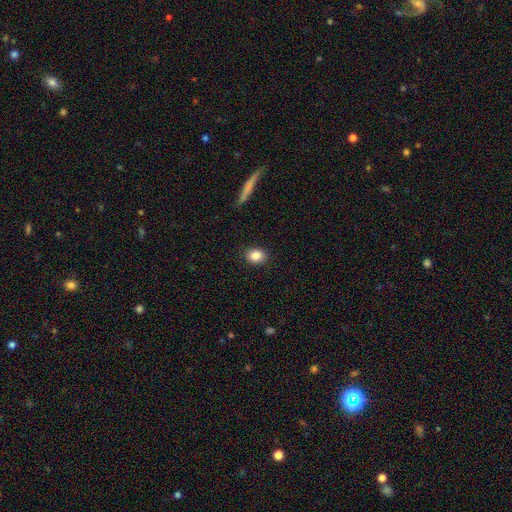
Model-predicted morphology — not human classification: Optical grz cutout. It shows a smooth galaxy with no disk features (84%) that is in between round and cigar-shaped (50%). Merging: none (89%).